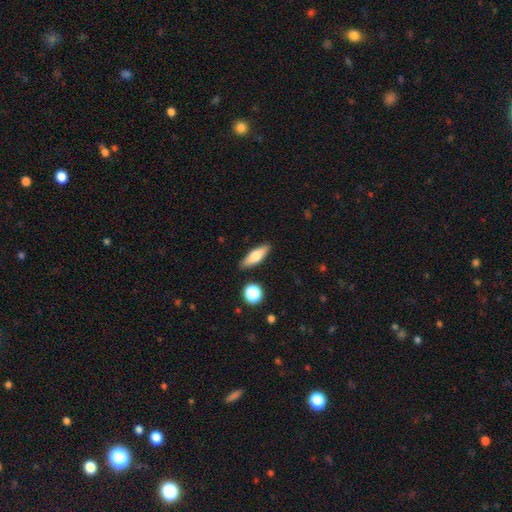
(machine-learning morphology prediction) Smooth or featured: smooth — 64% (featured or disk — 29%)
How rounded: in between — 51% (cigar-shaped — 45%)
Merging: none — 86% (minor disturbance — 9%)